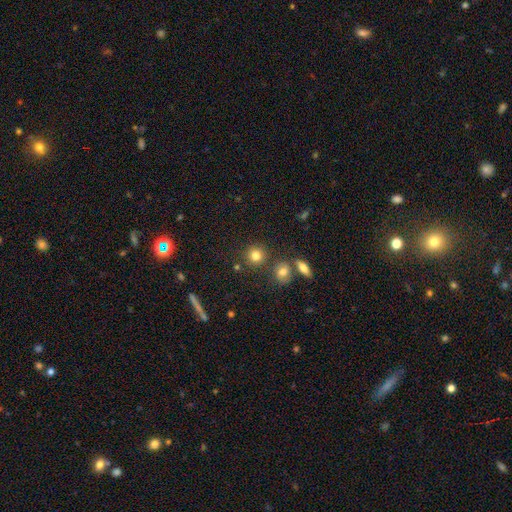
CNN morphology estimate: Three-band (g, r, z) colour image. It shows a smooth galaxy with no disk features (80%) that is round (89%). Merging: none (79%).